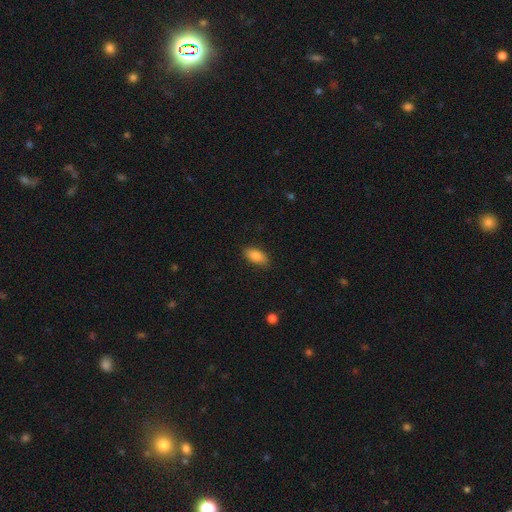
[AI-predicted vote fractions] A smooth galaxy with no disk features (85%) that is in between round and cigar-shaped (88%). Merging: none (87%).